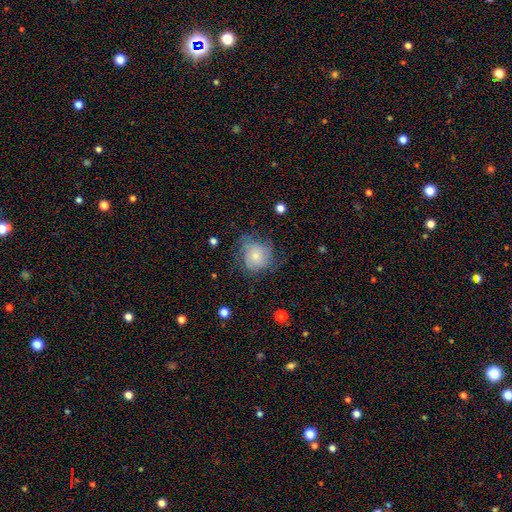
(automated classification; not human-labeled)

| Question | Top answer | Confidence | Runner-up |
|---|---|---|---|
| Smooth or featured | smooth | 50% | featured or disk (41%) |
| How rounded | round | 77% | in between (21%) |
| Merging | none | 50% | minor disturbance (29%) |